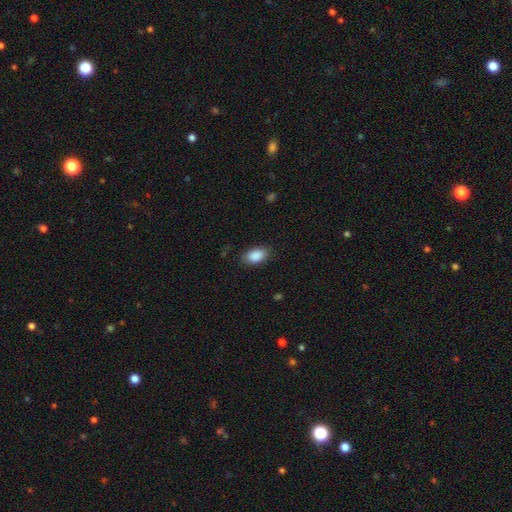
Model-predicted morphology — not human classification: smooth 89%, star or artifact 7%, featured or disk 4%. Down the decision tree: how rounded — in between (92%); merging — none (84%).